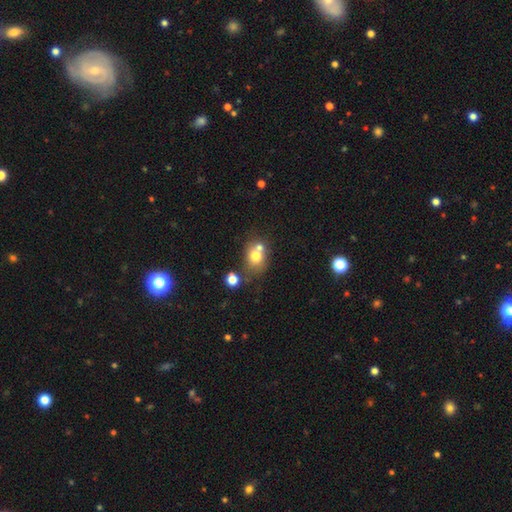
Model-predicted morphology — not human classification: smooth_or_featured: smooth (p=0.71) [alt: featured or disk p=0.16]
how_rounded: round (p=0.61) [alt: in between p=0.38]
merging: none (p=0.45) [alt: merger p=0.38]